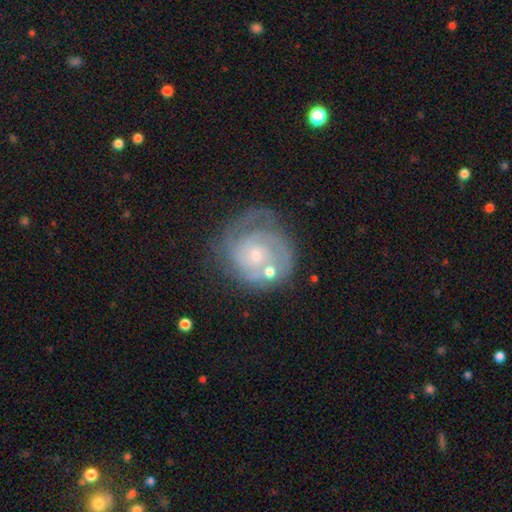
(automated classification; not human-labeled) Smooth or featured? Predicted: featured or disk (p=0.80). Edge-on disk? Predicted: no (p=0.98). Bar? Predicted: no (p=0.75). Spiral arms? Predicted: yes (p=0.93). Spiral winding? Predicted: tight (p=0.66). Spiral arm count? Predicted: can't tell (p=0.31). Bulge size? Predicted: small (p=0.68). Merging? Predicted: none (p=0.58).